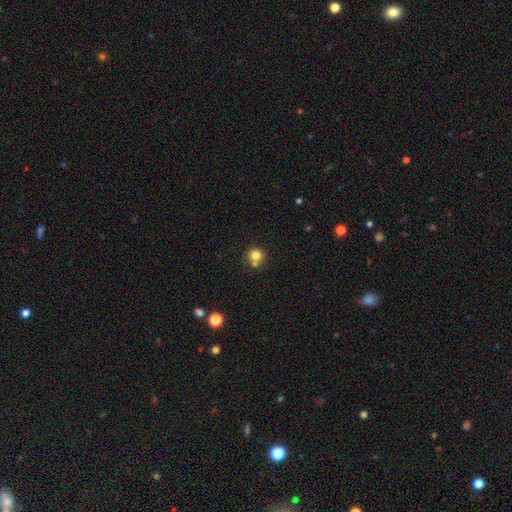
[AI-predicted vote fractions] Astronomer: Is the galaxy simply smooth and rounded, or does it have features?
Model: smooth — 79%.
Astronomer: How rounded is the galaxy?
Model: round — 91%.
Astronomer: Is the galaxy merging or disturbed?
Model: none — 65%.